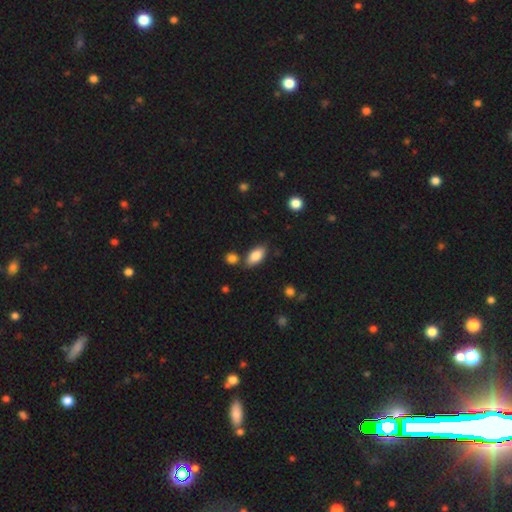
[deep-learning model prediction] smooth 85%, featured or disk 9%, star or artifact 7%. Down the decision tree: how rounded — in between (90%); merging — none (76%).